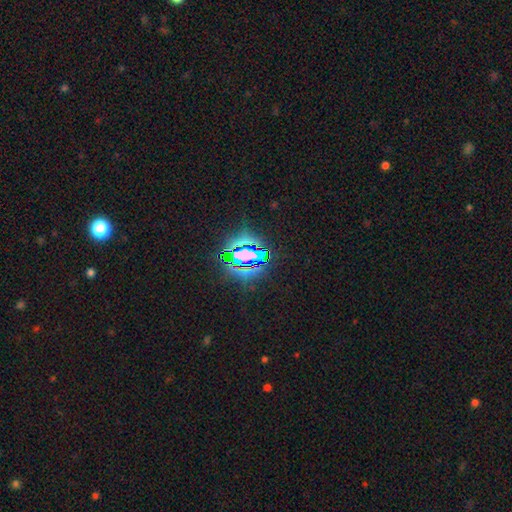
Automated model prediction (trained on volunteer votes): A star or artifact, not a galaxy (77%).